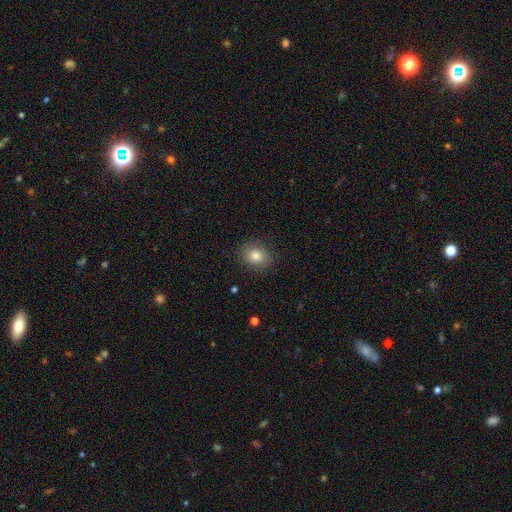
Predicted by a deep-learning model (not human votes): Morphology: type=smooth (81%); roundness=round (58%); merging=none (85%).